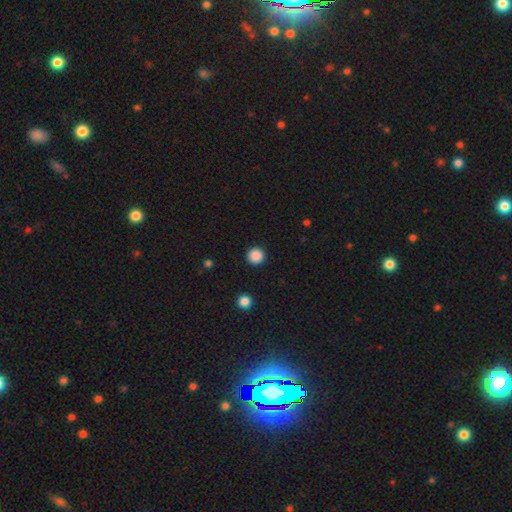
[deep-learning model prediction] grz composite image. It shows a smooth galaxy with no disk features (87%) that is round (96%). Merging: none (93%).